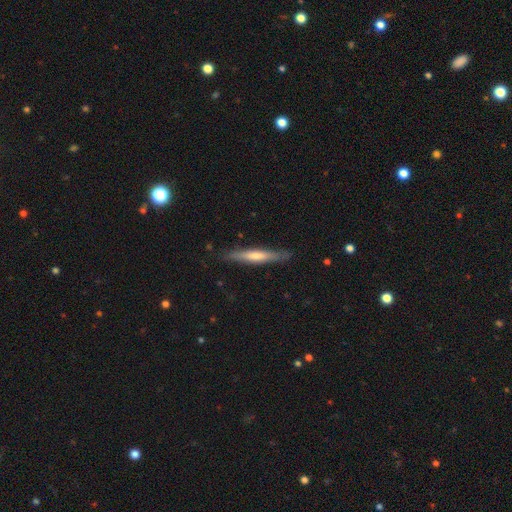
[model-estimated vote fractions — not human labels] Smooth or featured?
  - featured or disk: 53% *
  - smooth: 41%
  - star or artifact: 6%
Edge-on disk?
  - yes: 94% *
  - no: 6%
Merging?
  - none: 87% *
  - minor disturbance: 10%
  - major disturbance: 2%
  - merger: 1%